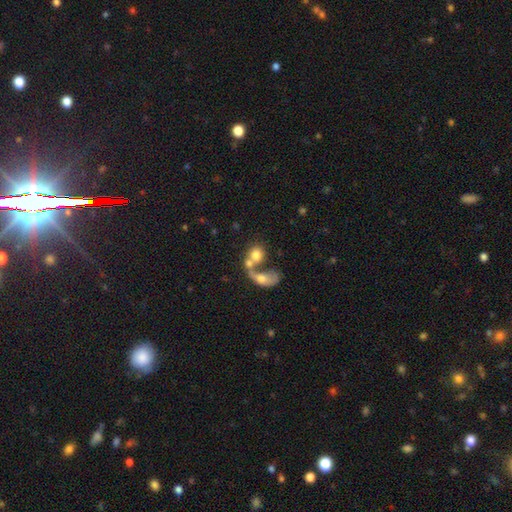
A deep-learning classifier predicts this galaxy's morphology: smooth_or_featured: smooth (p=0.66) [alt: featured or disk p=0.24]
how_rounded: round (p=0.59) [alt: in between p=0.39]
merging: merger (p=0.67) [alt: none p=0.15]